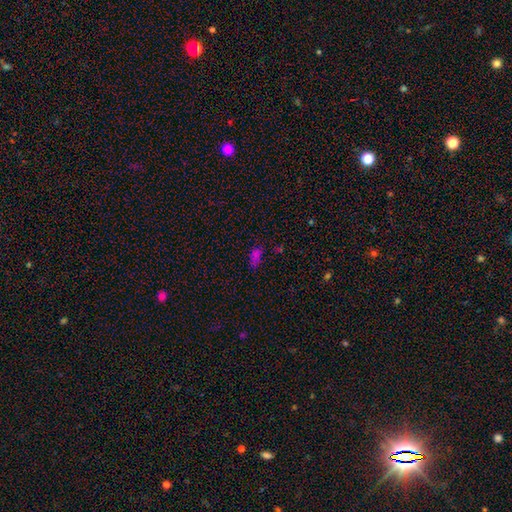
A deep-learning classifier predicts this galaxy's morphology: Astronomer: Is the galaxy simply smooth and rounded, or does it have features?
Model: smooth — 66%.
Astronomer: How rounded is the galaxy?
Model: in between — 80%.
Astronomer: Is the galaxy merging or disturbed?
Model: none — 63%.